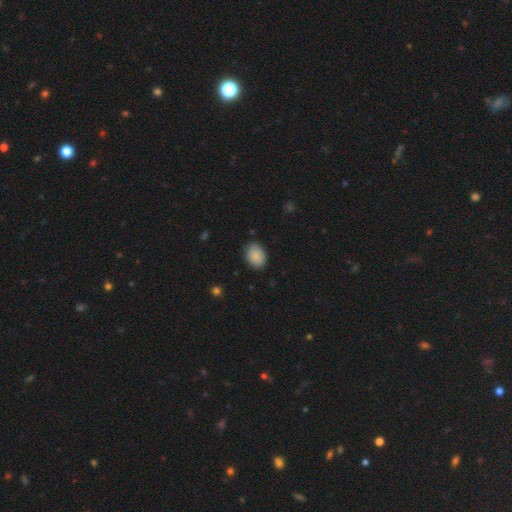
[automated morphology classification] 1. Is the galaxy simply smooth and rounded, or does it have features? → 88% smooth, 7% star or artifact, 5% featured or disk.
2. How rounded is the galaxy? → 70% in between, 29% round, 1% cigar-shaped.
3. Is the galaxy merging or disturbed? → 80% none, 16% minor disturbance, 3% major disturbance, 1% merger.